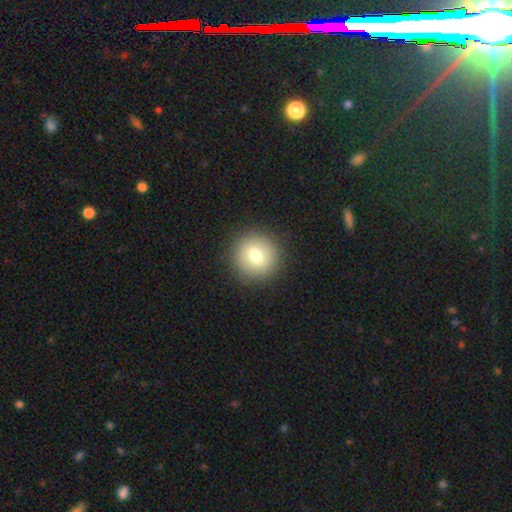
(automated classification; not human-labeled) smooth_or_featured: smooth (p=0.72) [alt: featured or disk p=0.18]
how_rounded: round (p=0.92) [alt: in between p=0.07]
merging: none (p=0.90) [alt: minor disturbance p=0.06]